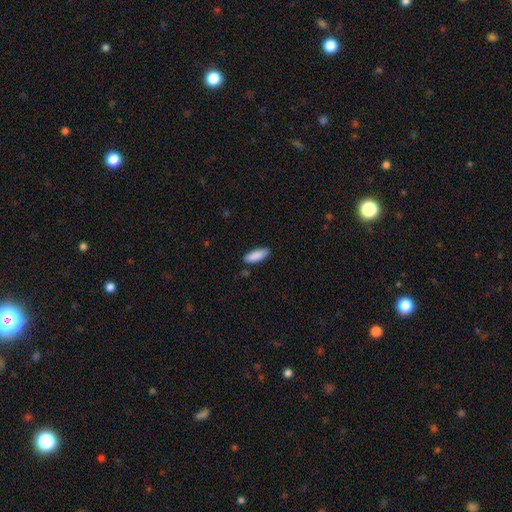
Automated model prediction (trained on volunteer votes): Morphology: type=smooth (89%); roundness=in between (66%); merging=none (84%).